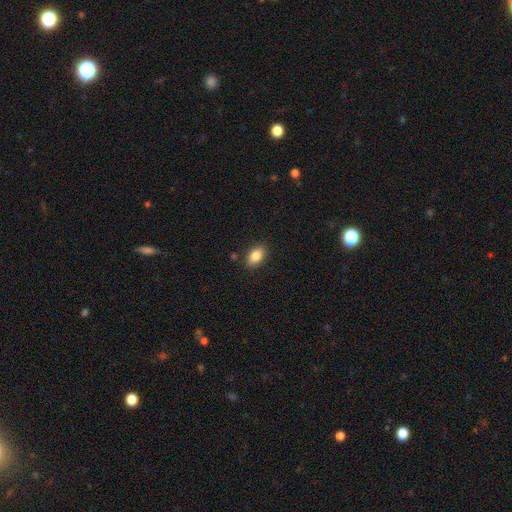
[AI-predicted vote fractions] Smooth or featured? smooth (84%)
How rounded? in between (87%)
Merging? none (87%)